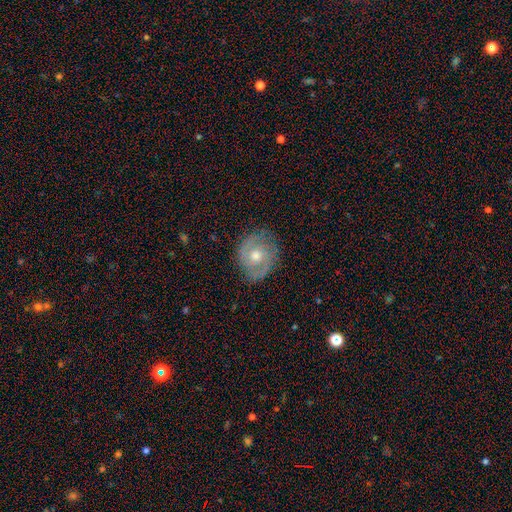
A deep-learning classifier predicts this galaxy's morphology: smooth-or-featured: featured or disk: 73% | smooth: 20% | star or artifact: 7%
  disk-edge-on: no: 96% | yes: 4%
    bar: no: 68% | weak: 27% | strong: 5%
    has-spiral-arms: yes: 86% | no: 14%
      spiral-winding: tight: 48% | medium: 40% | loose: 12%
      spiral-arm-count: 2: 74% | can't tell: 14% | 3: 5% | 1: 3% | 4: 2% | more than 4: 2%
    bulge-size: moderate: 75% | small: 17% | large: 6% | none: 1% | dominant: 1%
  merging: none: 80% | minor disturbance: 15% | major disturbance: 4% | merger: 1%